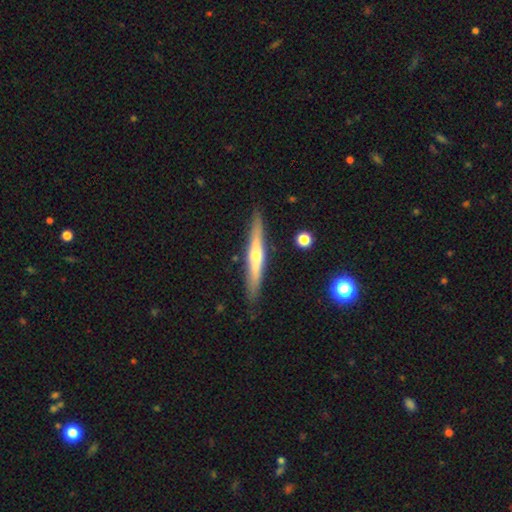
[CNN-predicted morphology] This is likely a featured or disk galaxy (62%). It is clearly viewed edge-on (94%). Edge-on bulge: clearly rounded (82%). Merging: clearly none (88%).